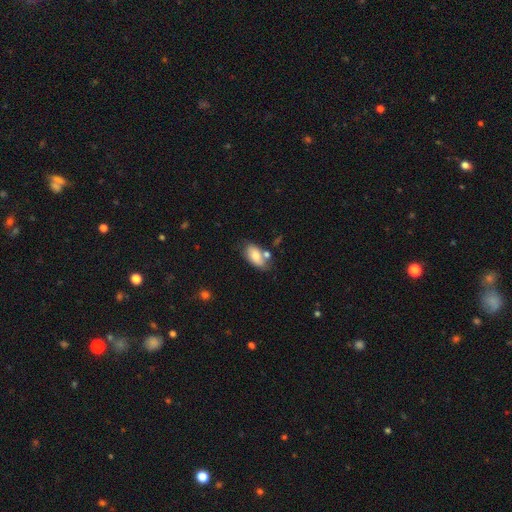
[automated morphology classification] The model was most divided on "merging": none: 54%, minor disturbance: 20%, merger: 20%, major disturbance: 6%. More confident: how rounded — in between (92%); smooth or featured — smooth (74%).